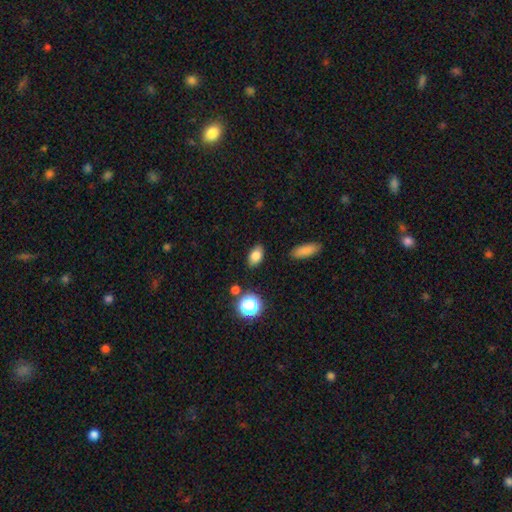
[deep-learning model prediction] Smooth or featured? smooth (81%)
How rounded? in between (86%)
Merging? none (84%)